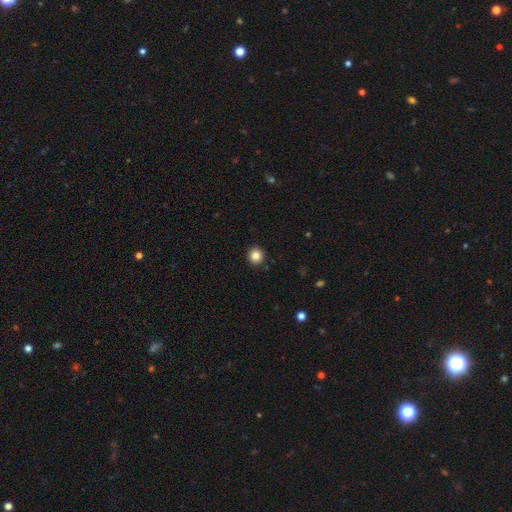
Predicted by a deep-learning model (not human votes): A smooth galaxy with no disk features (84%) that is round (90%). Merging: none (93%).